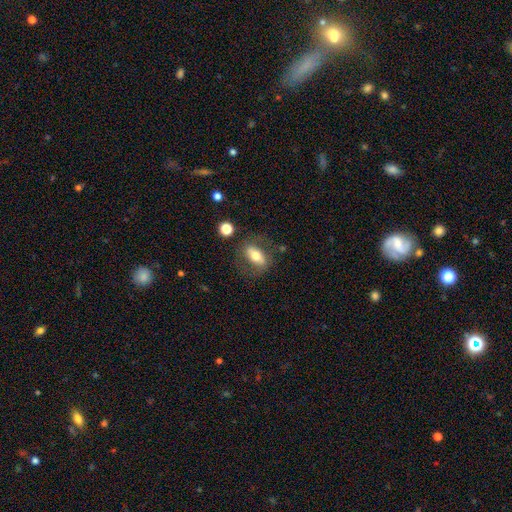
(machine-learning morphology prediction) smooth_or_featured: smooth (p=0.57) [alt: featured or disk p=0.35]
how_rounded: in between (p=0.78) [alt: cigar-shaped p=0.13]
merging: none (p=0.69) [alt: minor disturbance p=0.17]